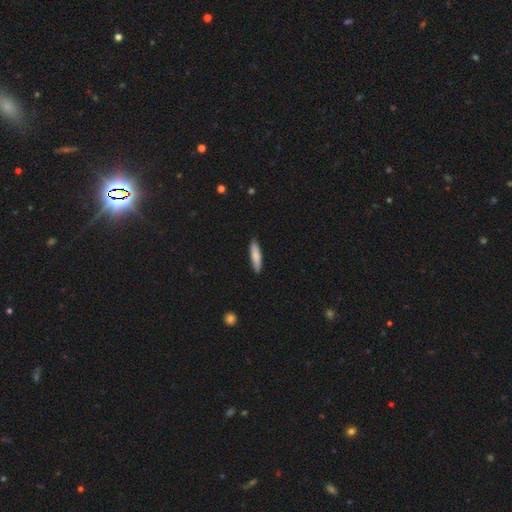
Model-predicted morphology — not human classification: Overall: smooth (80%). How rounded: cigar-shaped (76%). Merging: none (88%).